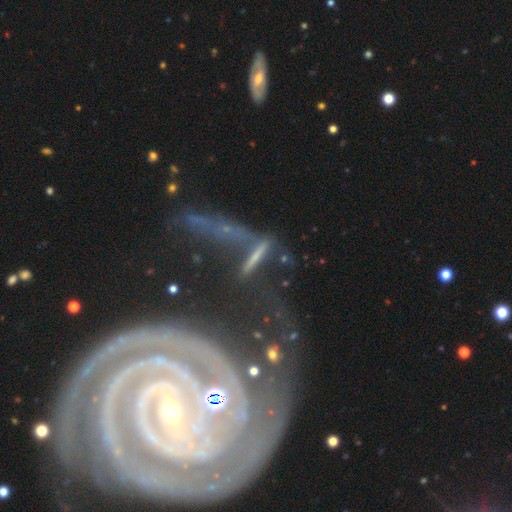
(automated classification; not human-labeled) Overall: featured or disk (44%; smooth 33%). Merging: none (48%; merger 18%).